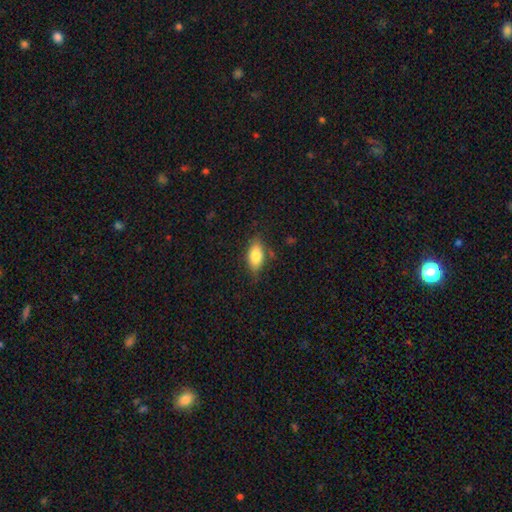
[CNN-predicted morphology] smooth_or_featured: smooth (p=0.80) [alt: featured or disk p=0.13]
how_rounded: in between (p=0.88) [alt: cigar-shaped p=0.07]
merging: none (p=0.74) [alt: minor disturbance p=0.19]